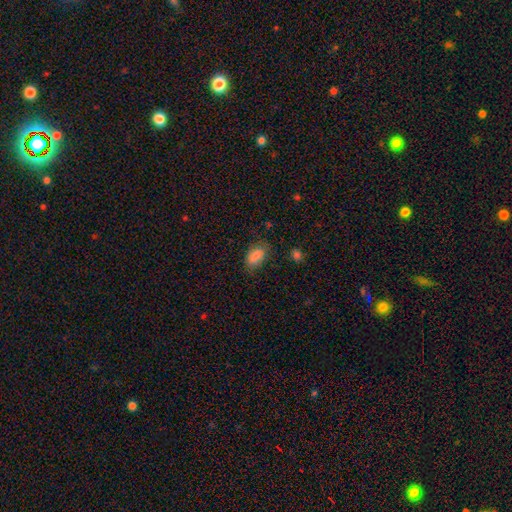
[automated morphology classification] Q: Smooth or featured?
A: smooth (84%); runner-up: featured or disk (9%)
Q: How rounded?
A: in between (91%); runner-up: round (7%)
Q: Merging?
A: none (73%); runner-up: minor disturbance (20%)